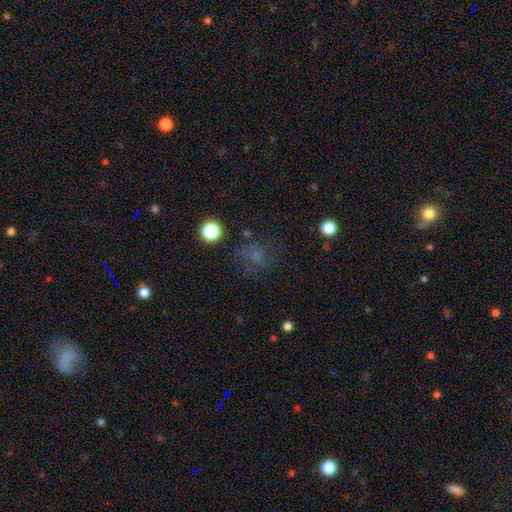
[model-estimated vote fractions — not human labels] A smooth galaxy with no disk features (59%) that is round (75%).

Vote fractions:
- Smooth or featured? smooth: 59% / star or artifact: 26% / featured or disk: 15%
- How rounded? round: 75% / in between: 24% / cigar-shaped: 1%
- Merging? none: 64% / minor disturbance: 17% / major disturbance: 15% / merger: 4%